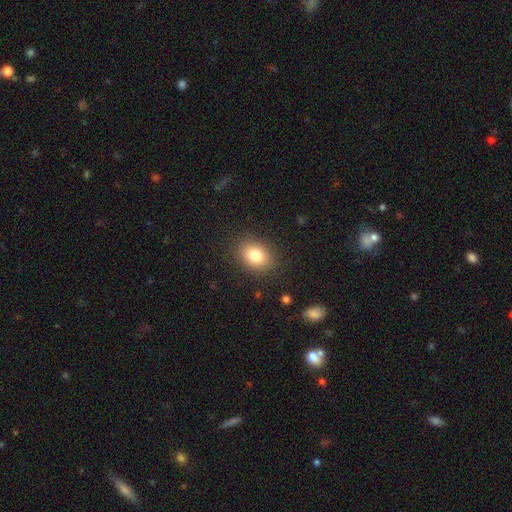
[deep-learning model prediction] Smooth or featured: smooth — 81% (star or artifact — 10%)
How rounded: in between — 65% (round — 34%)
Merging: none — 88% (minor disturbance — 8%)